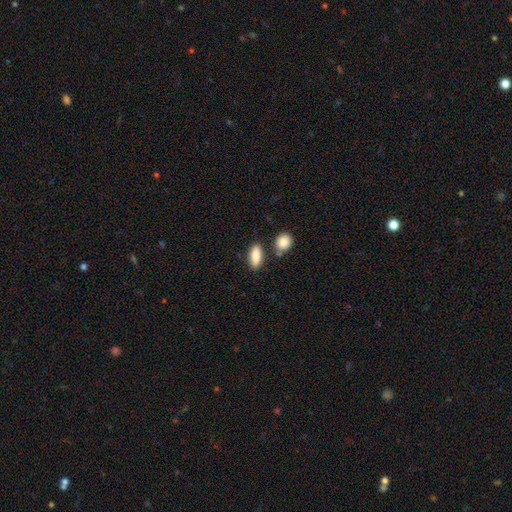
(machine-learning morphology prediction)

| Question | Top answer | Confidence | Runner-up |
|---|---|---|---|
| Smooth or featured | smooth | 87% | featured or disk (7%) |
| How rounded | in between | 77% | cigar-shaped (18%) |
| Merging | none | 79% | minor disturbance (11%) |